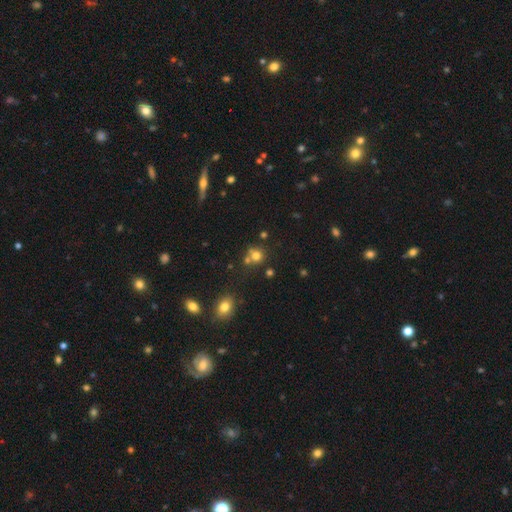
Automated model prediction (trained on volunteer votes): This appears to be a smooth galaxy with no disk features (72%) that is round (85%). Merging: none (58%).